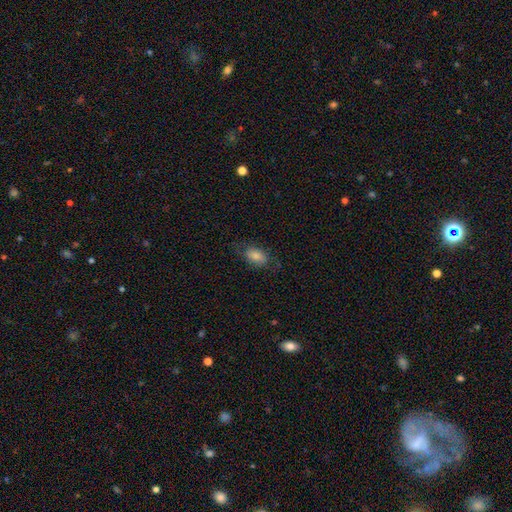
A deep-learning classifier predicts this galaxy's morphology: Smooth or featured? smooth (61%)
How rounded? in between (86%)
Merging? none (70%)